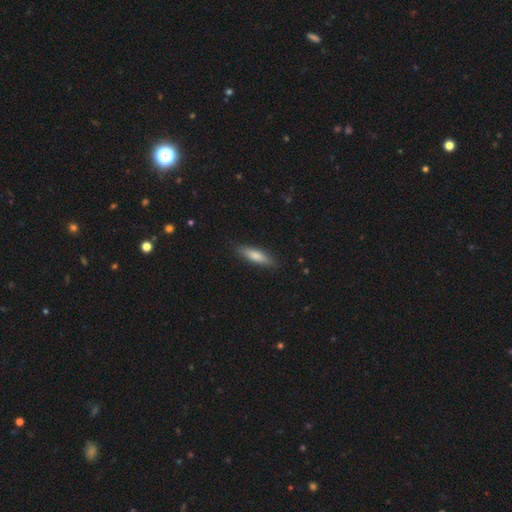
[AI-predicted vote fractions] This is likely a smooth galaxy (74%). How rounded: likely cigar-shaped (67%). Merging: clearly none (86%).